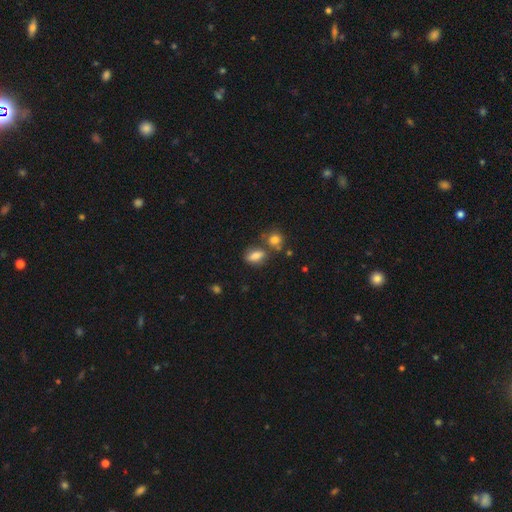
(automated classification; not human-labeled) Smooth or featured? Predicted: smooth (p=0.80). How rounded? Predicted: in between (p=0.79). Merging? Predicted: none (p=0.61).